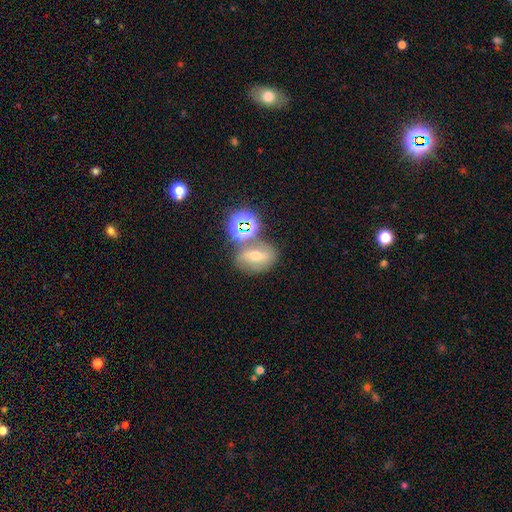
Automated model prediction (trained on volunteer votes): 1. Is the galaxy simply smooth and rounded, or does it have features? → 37% smooth, 34% featured or disk, 28% star or artifact.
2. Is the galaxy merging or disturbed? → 58% none, 22% merger, 14% minor disturbance, 6% major disturbance.